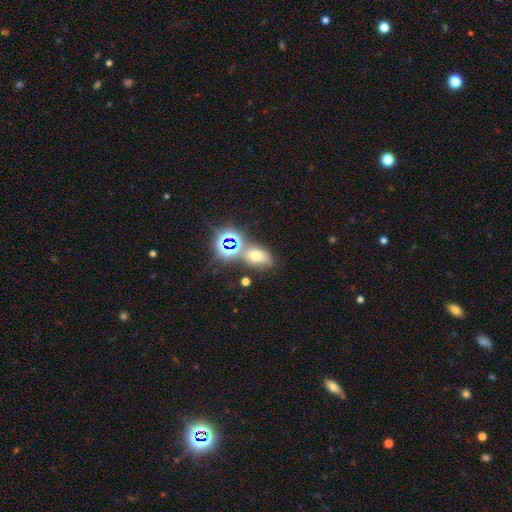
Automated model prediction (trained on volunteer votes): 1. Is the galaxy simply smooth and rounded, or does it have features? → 49% smooth, 37% star or artifact, 14% featured or disk.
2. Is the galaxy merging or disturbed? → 60% none, 19% merger, 15% minor disturbance, 6% major disturbance.